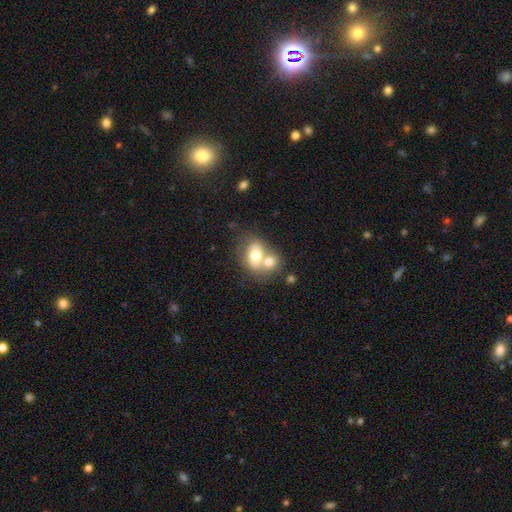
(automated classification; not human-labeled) A smooth galaxy with no disk features (67%) that is in between round and cigar-shaped (63%). Merging: merger (65%).